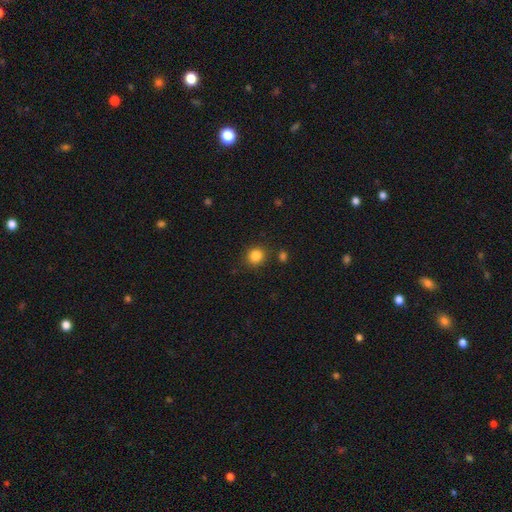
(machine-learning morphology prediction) smooth-or-featured: smooth: 84% | star or artifact: 11% | featured or disk: 4%
  how-rounded: round: 83% | in between: 16% | cigar-shaped: 1%
  merging: none: 86% | minor disturbance: 8% | merger: 3% | major disturbance: 3%